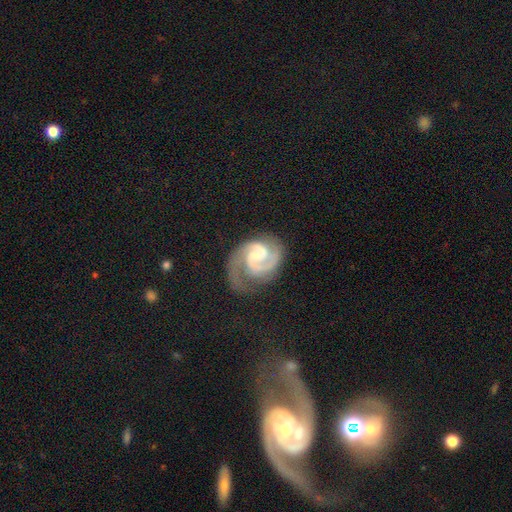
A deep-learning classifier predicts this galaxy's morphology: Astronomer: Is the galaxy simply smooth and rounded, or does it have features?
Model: featured or disk — 92%.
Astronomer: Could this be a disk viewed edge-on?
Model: no — 98%.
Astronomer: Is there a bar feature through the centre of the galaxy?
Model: no — 46% (runner-up: weak, 43%).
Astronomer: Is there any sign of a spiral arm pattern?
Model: yes — 98%.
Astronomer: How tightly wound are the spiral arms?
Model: medium — 49% (runner-up: tight, 44%).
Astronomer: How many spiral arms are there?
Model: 2 — 85%.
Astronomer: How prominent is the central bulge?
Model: small — 56% (runner-up: moderate, 37%).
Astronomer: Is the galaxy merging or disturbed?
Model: none — 59%.